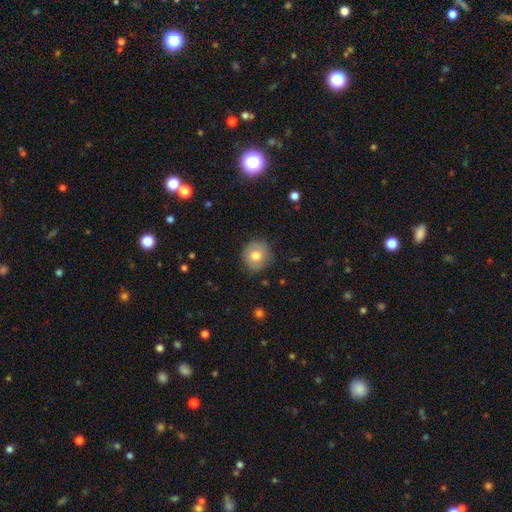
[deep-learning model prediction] A smooth galaxy with no disk features (74%) that is round (88%). Merging: none (80%).